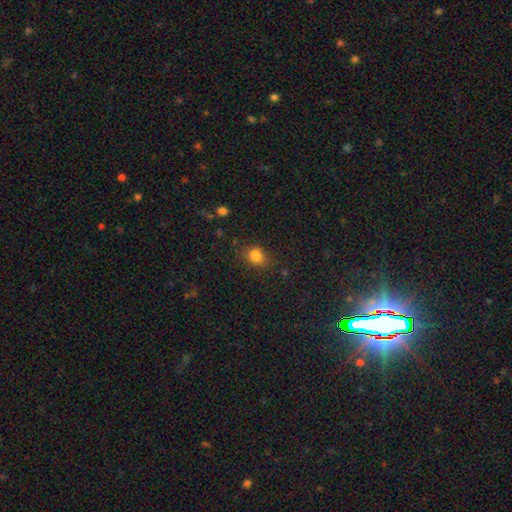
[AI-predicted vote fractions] Smooth or featured?
  - smooth: 83% *
  - star or artifact: 12%
  - featured or disk: 5%
How rounded?
  - round: 54% *
  - in between: 45%
  - cigar-shaped: 1%
Merging?
  - none: 75% *
  - minor disturbance: 16%
  - major disturbance: 5%
  - merger: 3%